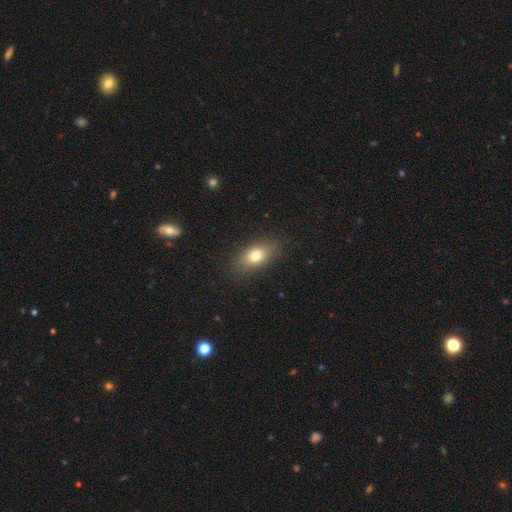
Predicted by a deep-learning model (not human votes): Smooth or featured: smooth — 76% (featured or disk — 14%)
How rounded: in between — 81% (round — 14%)
Merging: none — 85% (minor disturbance — 10%)